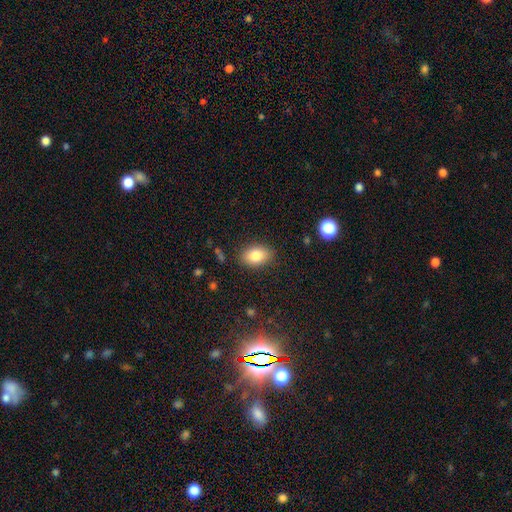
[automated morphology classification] smooth 81%, featured or disk 10%, star or artifact 8%. Down the decision tree: how rounded — in between (85%); merging — none (87%).